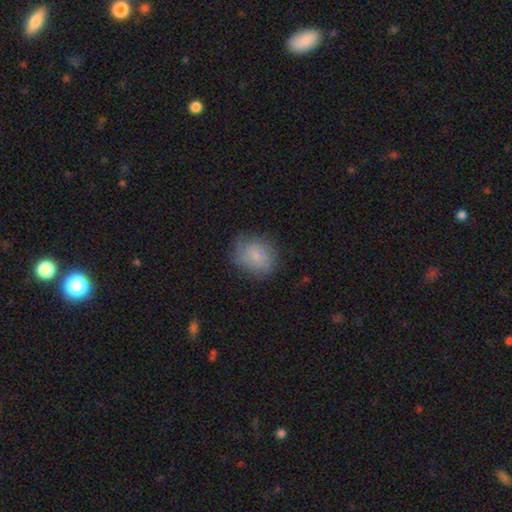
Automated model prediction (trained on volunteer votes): Smooth or featured: smooth — 76% (featured or disk — 15%)
How rounded: round — 54% (in between — 45%)
Merging: none — 69% (minor disturbance — 23%)